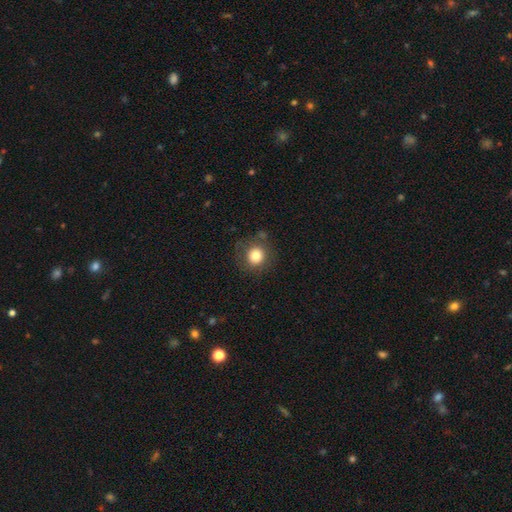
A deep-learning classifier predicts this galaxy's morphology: This is likely a smooth galaxy (79%). How rounded: clearly round (89%). Merging: likely none (79%).